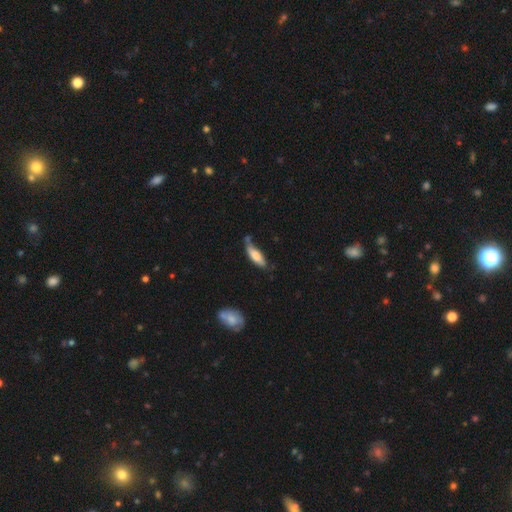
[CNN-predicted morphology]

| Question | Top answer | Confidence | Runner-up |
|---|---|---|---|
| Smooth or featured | smooth | 75% | featured or disk (19%) |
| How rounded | in between | 57% | cigar-shaped (41%) |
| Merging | none | 45% | minor disturbance (33%) |